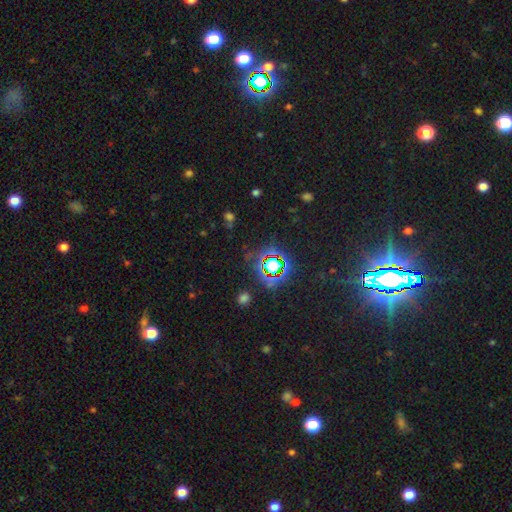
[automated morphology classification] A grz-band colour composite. It shows a star or artifact, not a galaxy (80%).